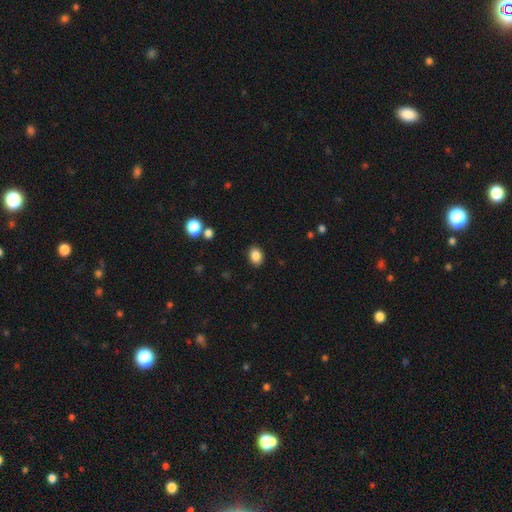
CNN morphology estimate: smooth-or-featured: smooth: 86% | star or artifact: 9% | featured or disk: 4%
  how-rounded: in between: 66% | round: 33% | cigar-shaped: 1%
  merging: none: 88% | minor disturbance: 8% | major disturbance: 2% | merger: 1%